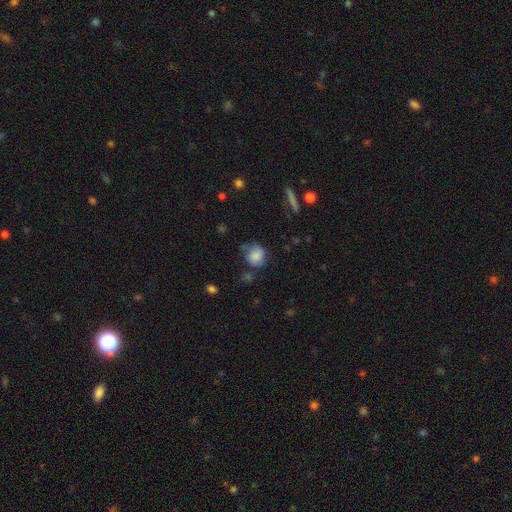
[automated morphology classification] This appears to be a smooth galaxy with no disk features (78%) that is round (76%). Merging: none (52%).